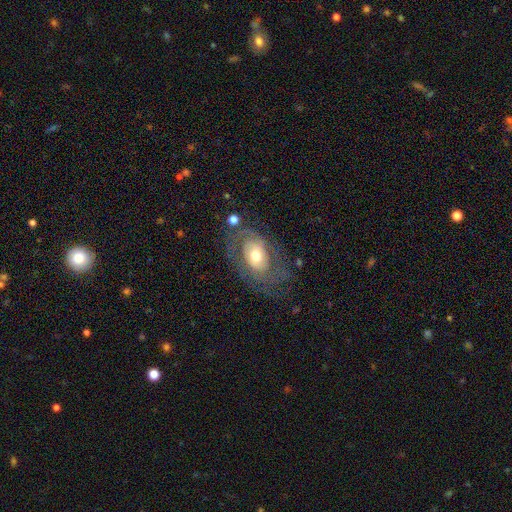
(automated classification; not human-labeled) featured or disk 74%, smooth 19%, star or artifact 7%. Down the decision tree: edge-on disk — no (95%); bar — no (65%); spiral arms — yes (82%); spiral arm count — 2 (53%); spiral winding — tight (45%); bulge size — moderate (69%); merging — none (60%).